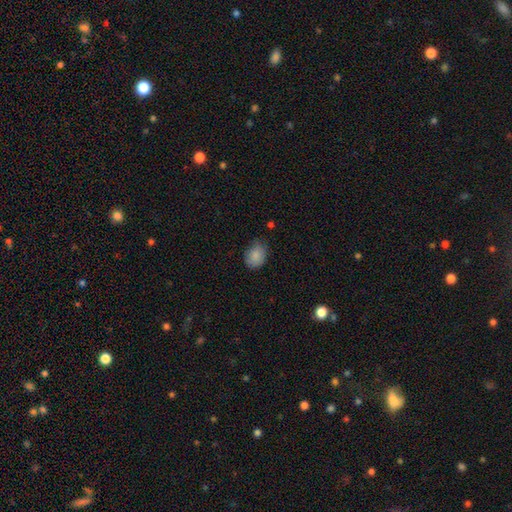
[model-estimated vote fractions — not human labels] Q: Smooth or featured?
A: smooth (86%); runner-up: star or artifact (8%)
Q: How rounded?
A: in between (62%); runner-up: round (37%)
Q: Merging?
A: none (66%); runner-up: minor disturbance (28%)